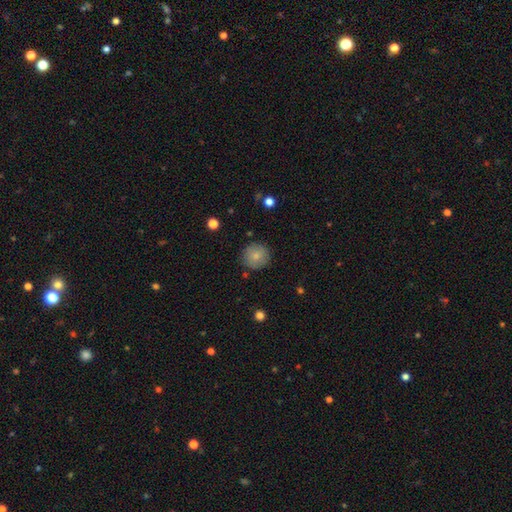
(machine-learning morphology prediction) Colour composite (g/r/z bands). It shows a smooth galaxy with no disk features (81%) that is round (93%). Merging: none (87%).